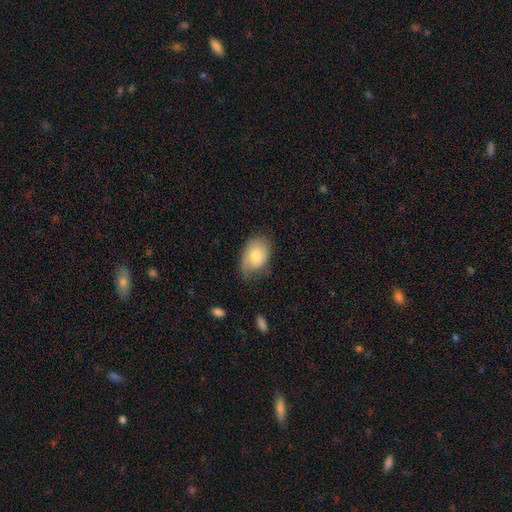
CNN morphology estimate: Smooth or featured?
  - smooth: 73% *
  - featured or disk: 21%
  - star or artifact: 7%
How rounded?
  - in between: 81% *
  - round: 17%
  - cigar-shaped: 1%
Merging?
  - none: 54% *
  - minor disturbance: 34%
  - major disturbance: 10%
  - merger: 2%